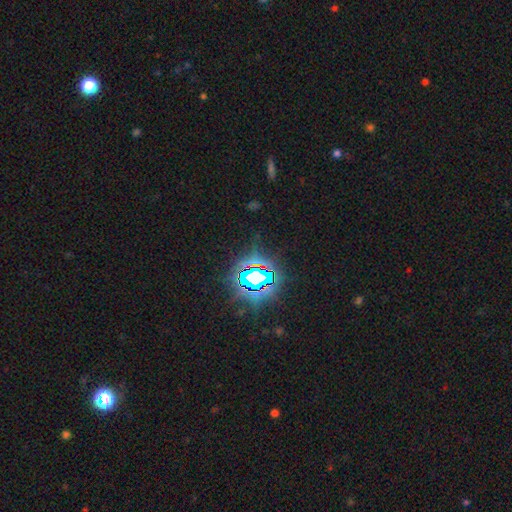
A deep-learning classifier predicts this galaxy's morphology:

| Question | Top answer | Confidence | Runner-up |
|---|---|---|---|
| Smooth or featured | star or artifact | 78% | smooth (12%) |